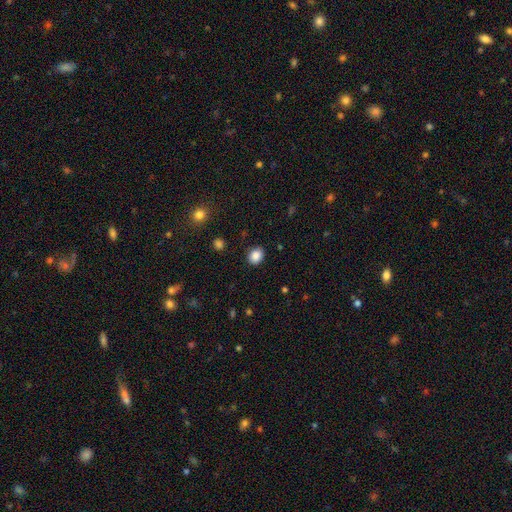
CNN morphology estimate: A smooth galaxy with no disk features (87%) that is round (56%).

Vote fractions:
- Smooth or featured? smooth: 87% / star or artifact: 10% / featured or disk: 3%
- How rounded? round: 56% / in between: 43% / cigar-shaped: 1%
- Merging? none: 88% / minor disturbance: 9% / major disturbance: 3% / merger: 1%